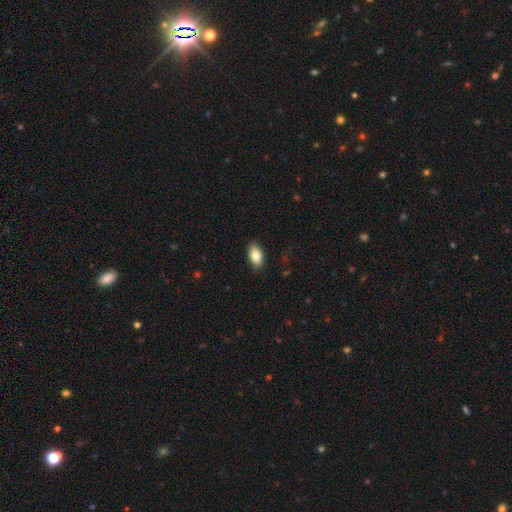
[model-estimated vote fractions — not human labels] This is clearly a smooth galaxy (83%). How rounded: clearly in between (92%). Merging: clearly none (86%).